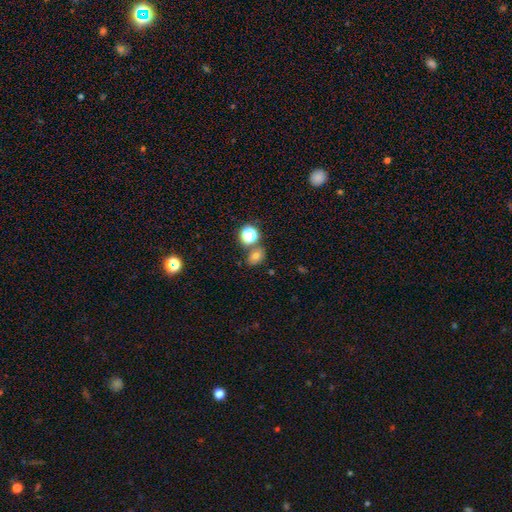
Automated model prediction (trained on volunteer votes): Smooth or featured? Predicted: smooth (p=0.69). How rounded? Predicted: round (p=0.53). Merging? Predicted: none (p=0.65).